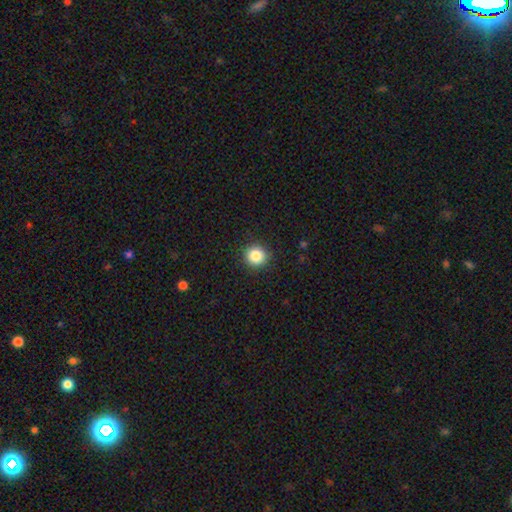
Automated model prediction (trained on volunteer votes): Morphology: type=smooth (85%); roundness=round (93%); merging=none (91%).